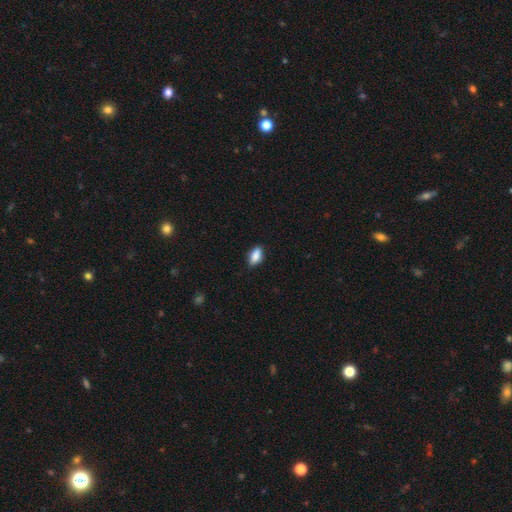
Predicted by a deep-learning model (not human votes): This is clearly a smooth galaxy (85%). How rounded: clearly in between (86%). Merging: likely none (79%).